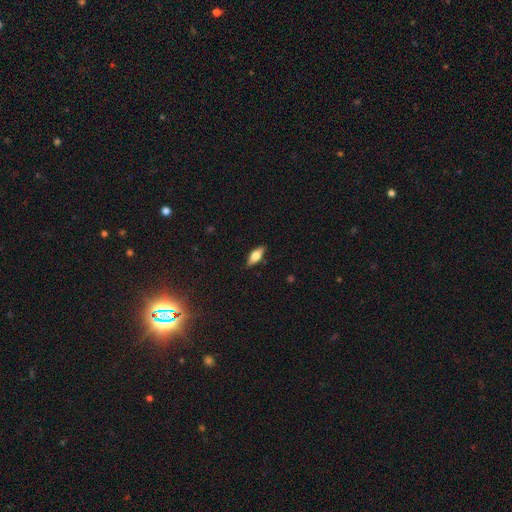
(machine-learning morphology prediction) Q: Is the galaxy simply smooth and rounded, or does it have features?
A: smooth — 61%.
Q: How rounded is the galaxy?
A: in between — 73%.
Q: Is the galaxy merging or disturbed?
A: none — 87%.